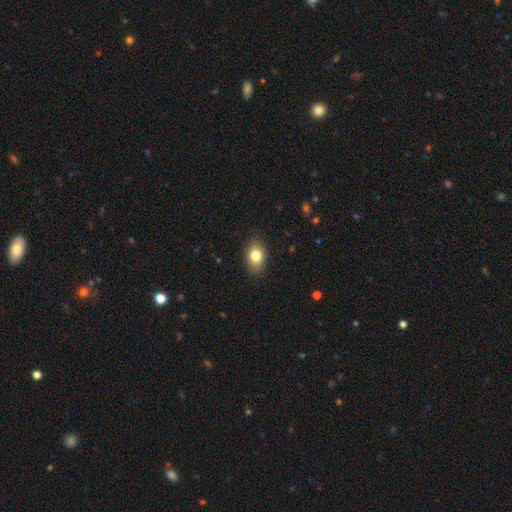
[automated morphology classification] A smooth galaxy with no disk features (81%) that is in between round and cigar-shaped (81%).

Vote fractions:
- Smooth or featured? smooth: 81% / featured or disk: 10% / star or artifact: 9%
- How rounded? in between: 81% / round: 18% / cigar-shaped: 1%
- Merging? none: 87% / minor disturbance: 10% / major disturbance: 2% / merger: 1%